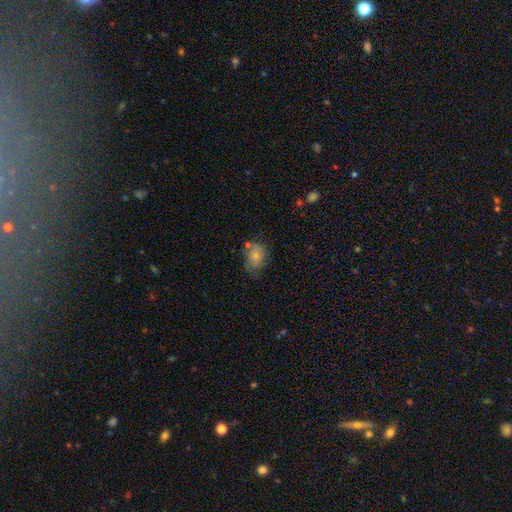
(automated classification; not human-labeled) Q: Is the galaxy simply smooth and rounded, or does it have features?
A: smooth — 75%.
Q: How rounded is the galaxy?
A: in between — 70%.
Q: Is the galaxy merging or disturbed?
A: none — 51%.